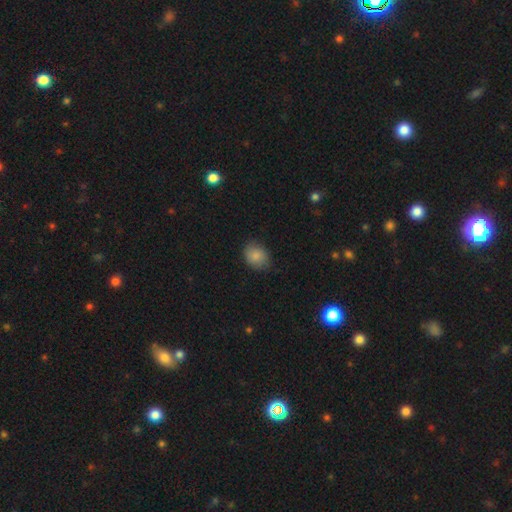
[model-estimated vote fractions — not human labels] This appears to be a smooth galaxy with no disk features (86%) that is in between round and cigar-shaped (50%). Merging: none (78%).